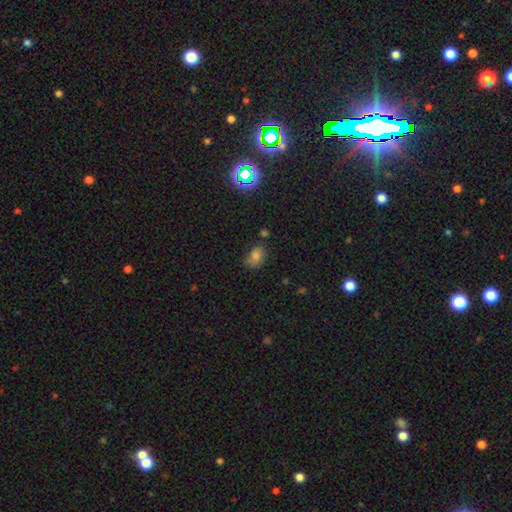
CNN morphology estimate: smooth 67%, star or artifact 21%, featured or disk 12%. Down the decision tree: how rounded — in between (75%); merging — none (62%).